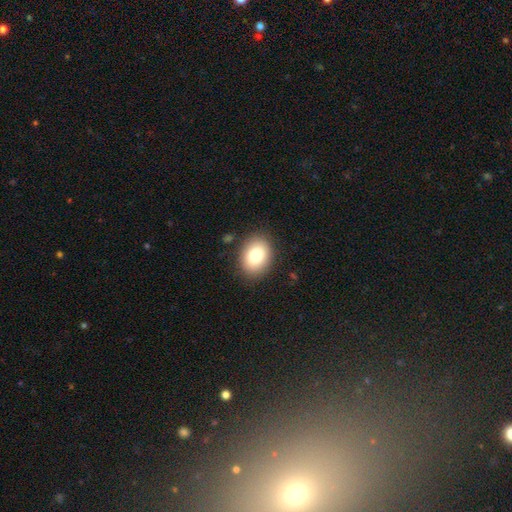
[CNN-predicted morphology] Smooth or featured?
  - smooth: 81% *
  - featured or disk: 11%
  - star or artifact: 8%
How rounded?
  - in between: 66% *
  - round: 33%
  - cigar-shaped: 1%
Merging?
  - none: 86% *
  - minor disturbance: 9%
  - major disturbance: 3%
  - merger: 1%